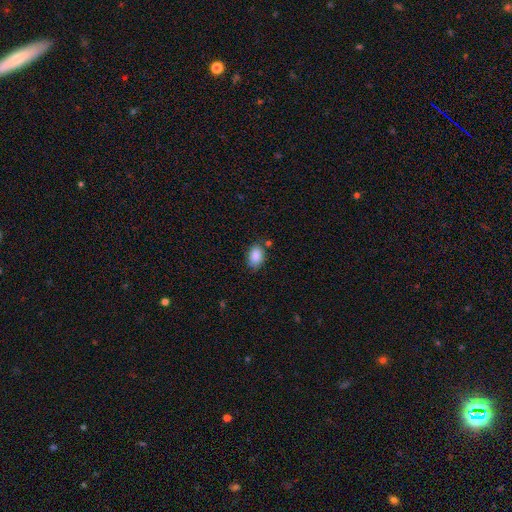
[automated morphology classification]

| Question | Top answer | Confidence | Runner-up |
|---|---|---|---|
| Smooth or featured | smooth | 88% | star or artifact (7%) |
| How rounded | in between | 87% | round (11%) |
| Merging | none | 75% | minor disturbance (17%) |